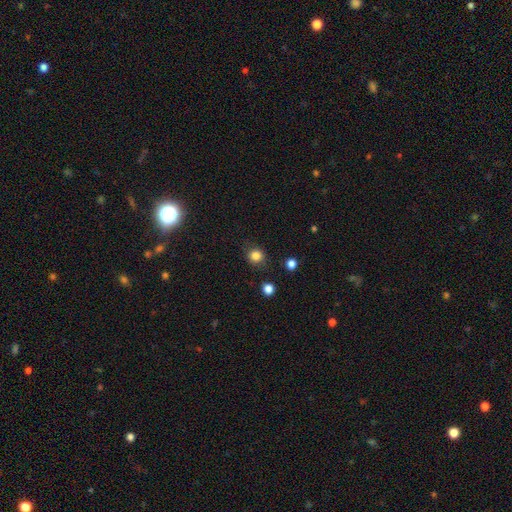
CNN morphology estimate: This appears to be a smooth galaxy with no disk features (83%) that is round (84%). Merging: none (83%).